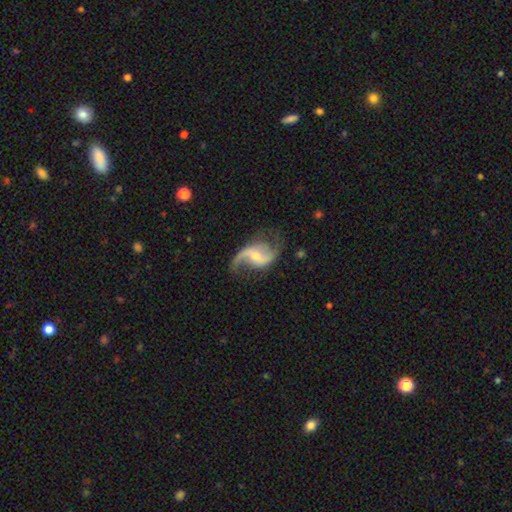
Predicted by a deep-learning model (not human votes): The model was most divided on "bulge size": moderate: 52%, small: 42%, large: 3%, none: 2%, dominant: 1%. Remaining: edge-on disk — no (97%); spiral arms — yes (96%); smooth or featured — featured or disk (89%); spiral arm count — 2 (87%); spiral winding — loose (79%); merging — none (66%); bar — weak (44%).